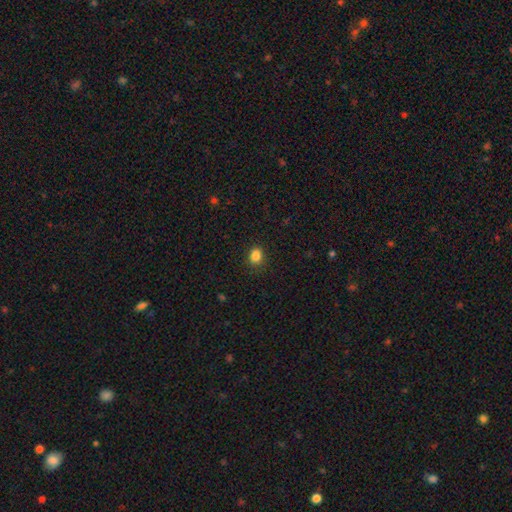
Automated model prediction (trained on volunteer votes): smooth 85%, star or artifact 11%, featured or disk 3%. Down the decision tree: how rounded — in between (53%); merging — none (86%).